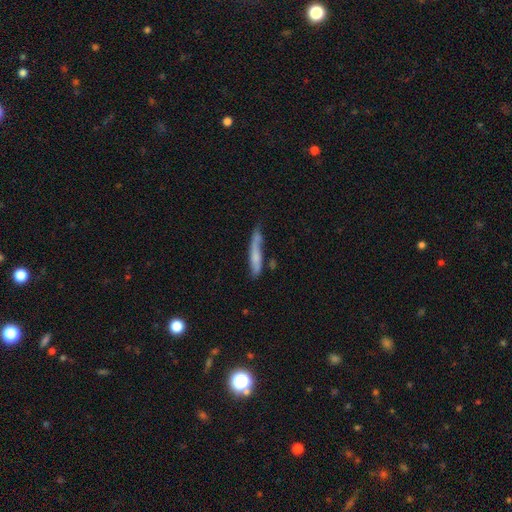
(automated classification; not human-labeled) This is possibly a smooth galaxy (59%). How rounded: clearly cigar-shaped (90%). Merging: possibly none (52%).